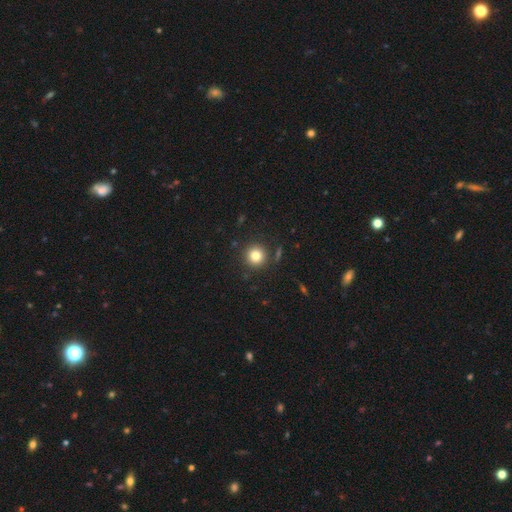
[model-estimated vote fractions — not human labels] Smooth or featured? smooth (81%)
How rounded? round (94%)
Merging? none (88%)